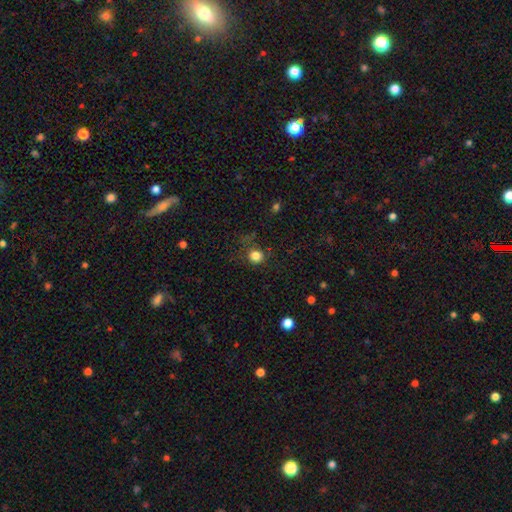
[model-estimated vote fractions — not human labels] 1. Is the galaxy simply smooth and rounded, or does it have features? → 82% smooth, 13% star or artifact, 5% featured or disk.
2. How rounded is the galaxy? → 89% round, 10% in between, 1% cigar-shaped.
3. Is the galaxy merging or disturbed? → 78% none, 14% minor disturbance, 6% major disturbance, 2% merger.